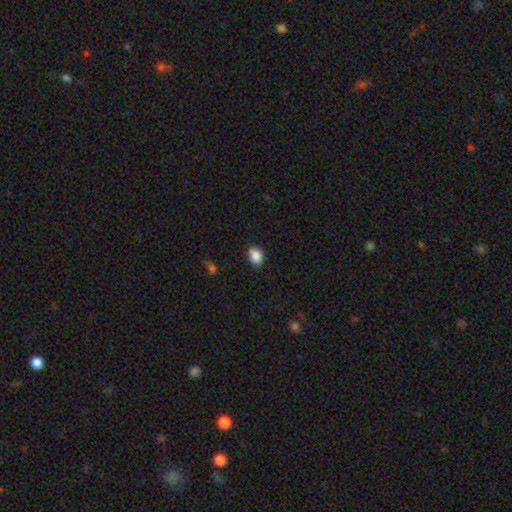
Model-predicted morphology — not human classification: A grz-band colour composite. It shows a smooth galaxy with no disk features (88%) that is in between round and cigar-shaped (73%). Merging: none (78%).